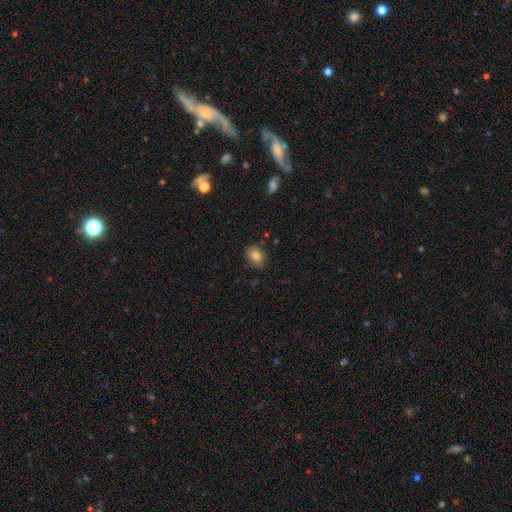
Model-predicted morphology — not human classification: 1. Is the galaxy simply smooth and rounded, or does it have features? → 82% smooth, 10% star or artifact, 8% featured or disk.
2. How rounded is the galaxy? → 68% in between, 31% round, 1% cigar-shaped.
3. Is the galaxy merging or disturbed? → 78% none, 17% minor disturbance, 3% major disturbance, 2% merger.